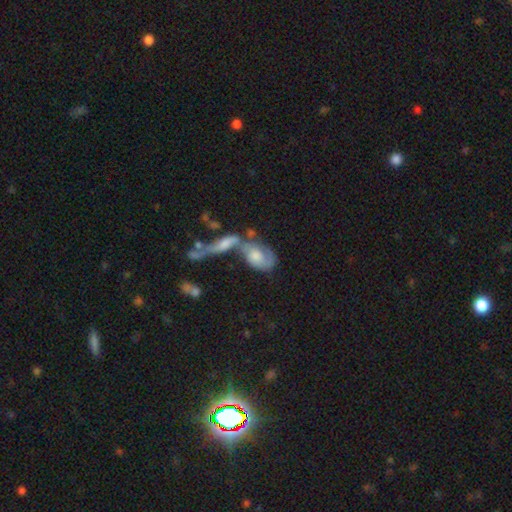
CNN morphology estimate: Q: Smooth or featured?
A: featured or disk (35%); tied with: star or artifact (35%)
Q: Merging?
A: merger (47%); runner-up: none (29%)